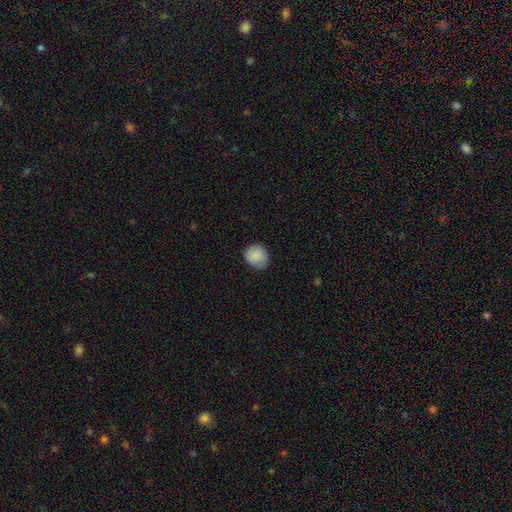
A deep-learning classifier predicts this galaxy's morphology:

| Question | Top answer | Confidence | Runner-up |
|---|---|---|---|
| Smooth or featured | smooth | 85% | star or artifact (7%) |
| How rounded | round | 69% | in between (30%) |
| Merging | none | 76% | minor disturbance (19%) |